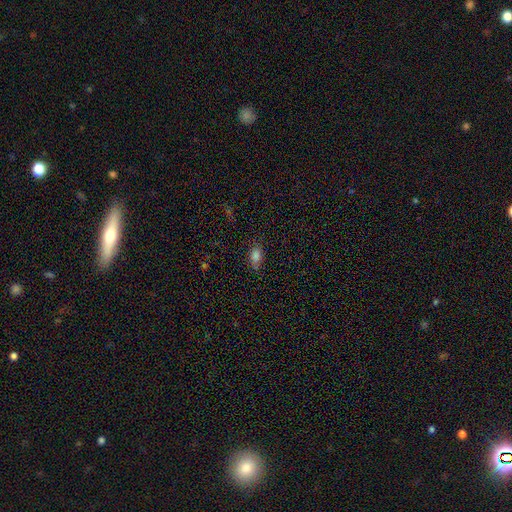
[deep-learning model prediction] Morphology: type=smooth (81%); roundness=in between (87%); merging=none (73%).